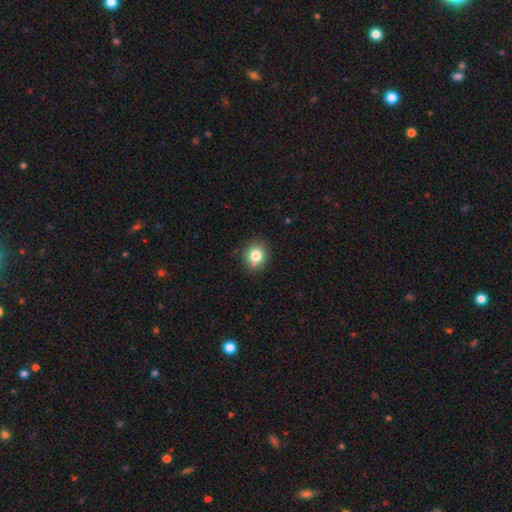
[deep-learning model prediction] smooth 82%, star or artifact 11%, featured or disk 8%. Down the decision tree: how rounded — round (68%); merging — none (86%).